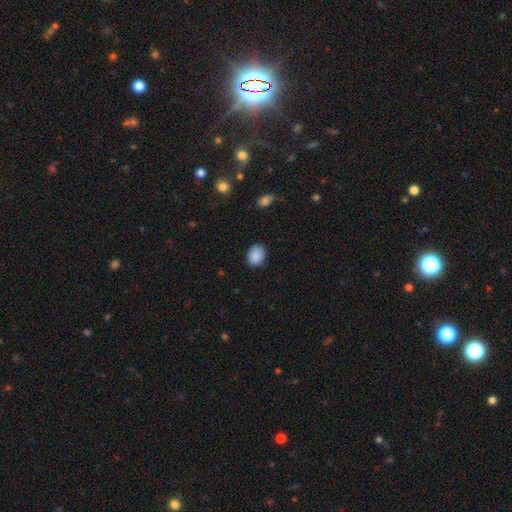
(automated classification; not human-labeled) Q: Smooth or featured?
A: smooth (89%); runner-up: star or artifact (8%)
Q: How rounded?
A: in between (57%); runner-up: round (43%)
Q: Merging?
A: none (83%); runner-up: minor disturbance (13%)